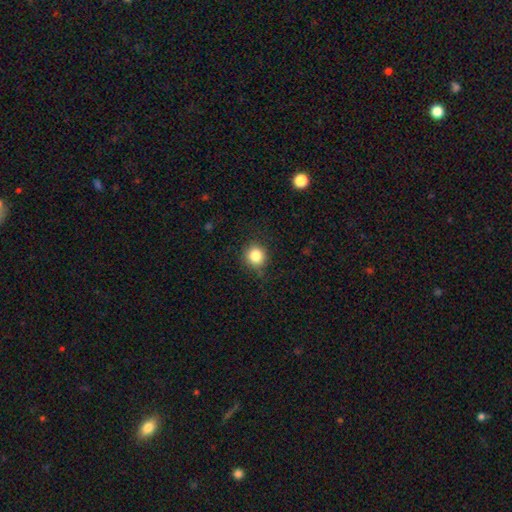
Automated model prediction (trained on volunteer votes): This is clearly a smooth galaxy (83%). How rounded: clearly round (91%). Merging: clearly none (85%).